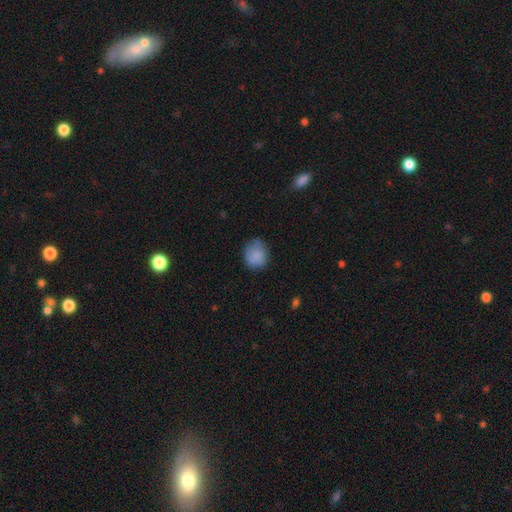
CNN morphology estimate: A smooth galaxy with no disk features (85%) that is round (74%). Merging: none (69%).